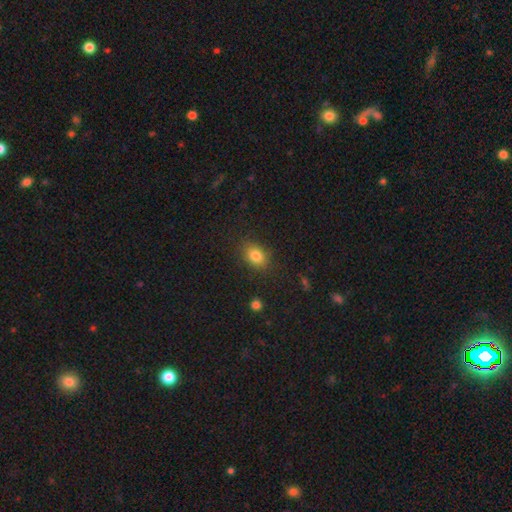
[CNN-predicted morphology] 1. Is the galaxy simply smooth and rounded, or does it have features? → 82% smooth, 11% star or artifact, 7% featured or disk.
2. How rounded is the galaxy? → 68% in between, 31% round, 1% cigar-shaped.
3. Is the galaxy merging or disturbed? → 84% none, 11% minor disturbance, 3% major disturbance, 1% merger.